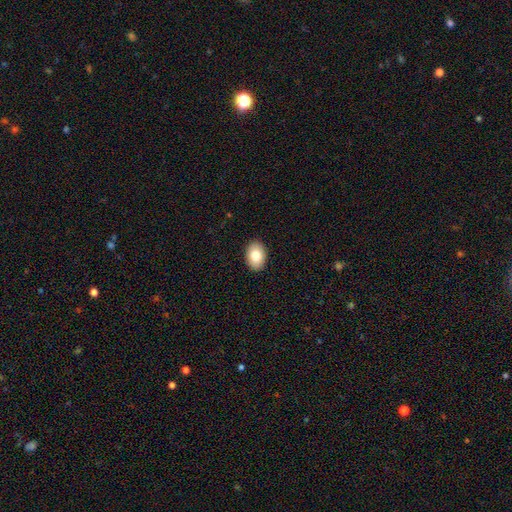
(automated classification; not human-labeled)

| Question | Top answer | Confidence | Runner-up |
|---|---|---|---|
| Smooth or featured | smooth | 81% | featured or disk (11%) |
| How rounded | in between | 83% | round (16%) |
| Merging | none | 91% | minor disturbance (7%) |